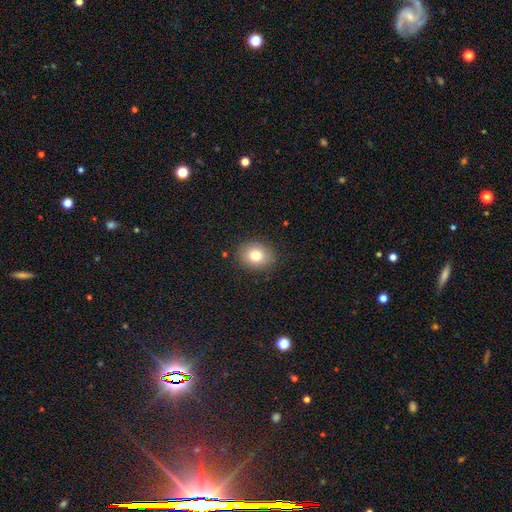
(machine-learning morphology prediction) smooth-or-featured: smooth: 78% | star or artifact: 11% | featured or disk: 11%
  how-rounded: round: 59% | in between: 41% | cigar-shaped: 1%
  merging: none: 88% | minor disturbance: 8% | major disturbance: 3% | merger: 1%